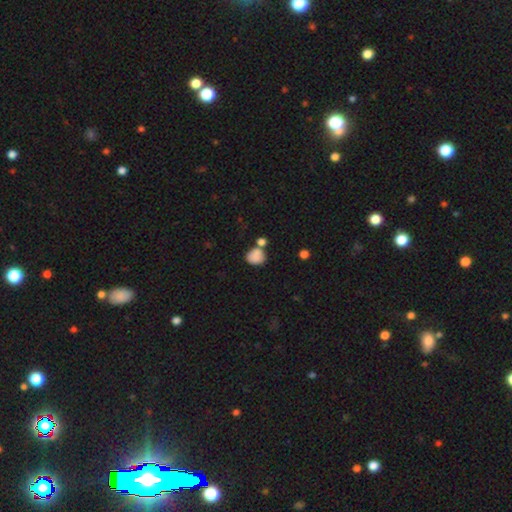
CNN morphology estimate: smooth-or-featured: smooth: 84% | star or artifact: 9% | featured or disk: 7%
  how-rounded: round: 63% | in between: 36% | cigar-shaped: 1%
  merging: none: 50% | merger: 30% | minor disturbance: 14% | major disturbance: 6%